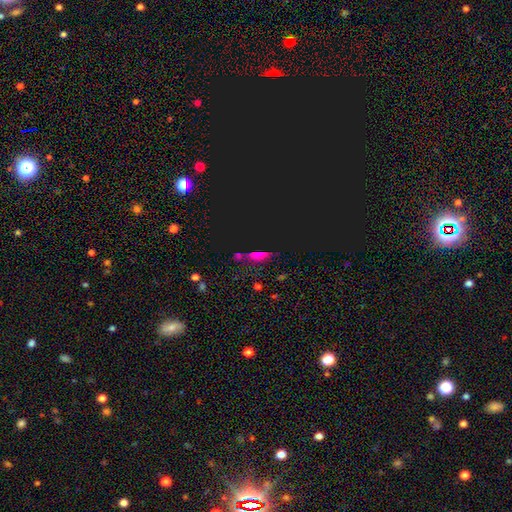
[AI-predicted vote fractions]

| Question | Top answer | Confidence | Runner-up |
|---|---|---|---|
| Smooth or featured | star or artifact | 55% | smooth (30%) |